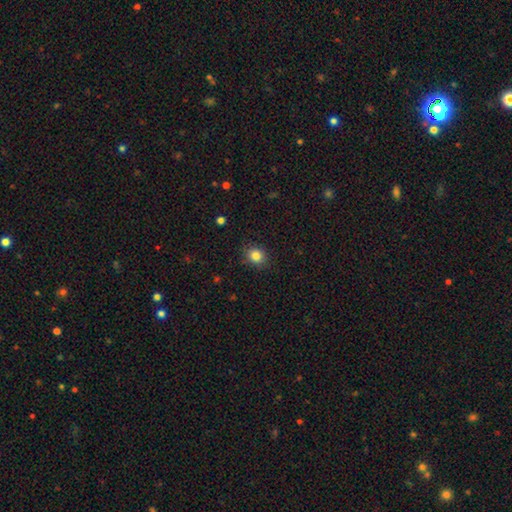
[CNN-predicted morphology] This is clearly a smooth galaxy (83%). How rounded: likely round (74%). Merging: clearly none (88%).